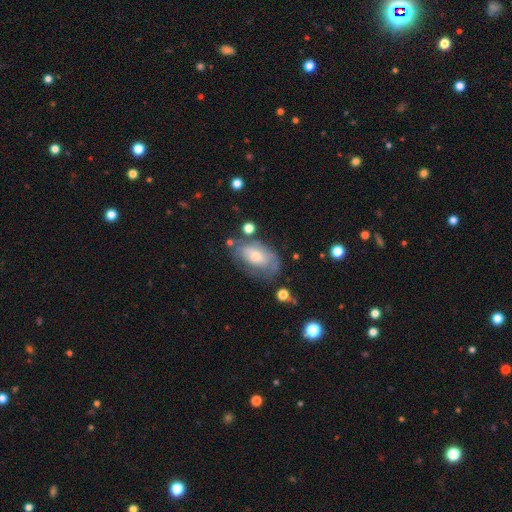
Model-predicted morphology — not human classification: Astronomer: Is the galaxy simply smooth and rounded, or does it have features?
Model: featured or disk — 48% (runner-up: smooth, 45%).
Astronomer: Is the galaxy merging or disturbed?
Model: none — 49% (runner-up: minor disturbance, 28%).